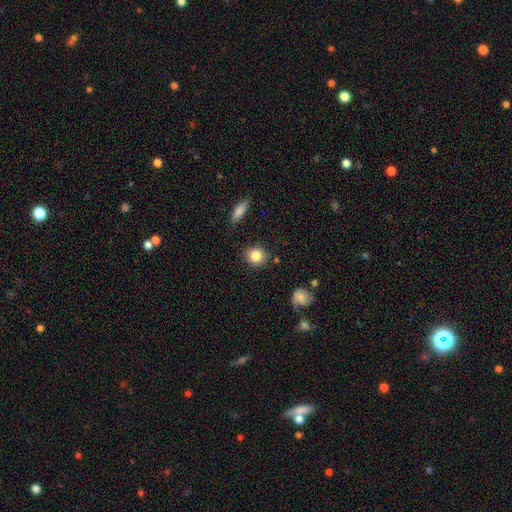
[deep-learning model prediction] A smooth galaxy with no disk features (83%) that is round (81%). Merging: none (84%).